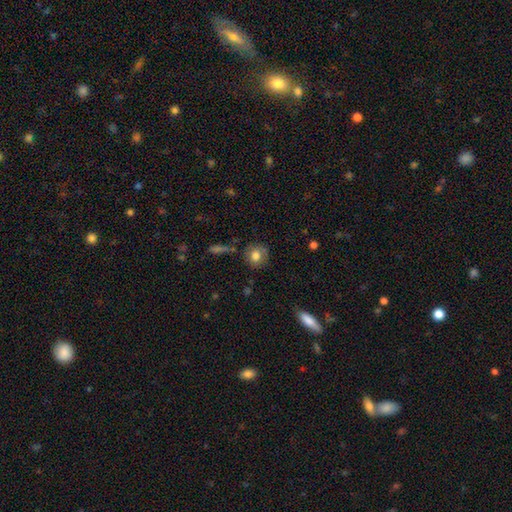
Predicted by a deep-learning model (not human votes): Smooth or featured? smooth (78%)
How rounded? round (84%)
Merging? none (77%)